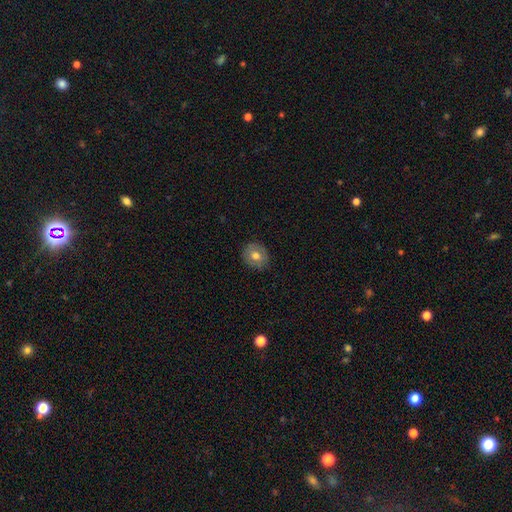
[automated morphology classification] Smooth or featured: smooth — 72% (featured or disk — 19%)
How rounded: round — 75% (in between — 24%)
Merging: none — 86% (minor disturbance — 11%)